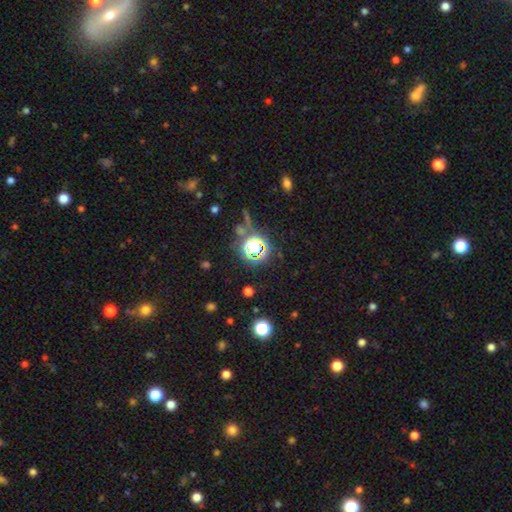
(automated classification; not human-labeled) Smooth or featured?
  - star or artifact: 72% *
  - smooth: 19%
  - featured or disk: 9%